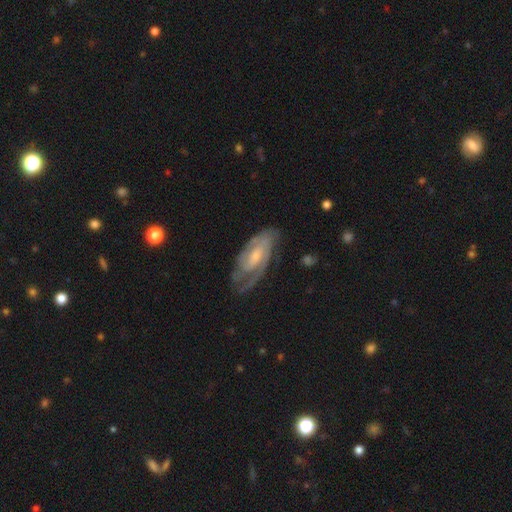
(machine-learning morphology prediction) smooth_or_featured: featured or disk (p=0.83) [alt: smooth p=0.12]
disk_edge_on: no (p=0.94) [alt: yes p=0.06]
bar: weak (p=0.44) [tied with: no p=0.44]
has_spiral_arms: yes (p=0.95) [alt: no p=0.05]
spiral_winding: tight (p=0.54) [alt: medium p=0.37]
spiral_arm_count: 2 (p=0.58) [alt: can't tell p=0.20]
bulge_size: small (p=0.52) [alt: moderate p=0.38]
merging: none (p=0.69) [alt: minor disturbance p=0.20]